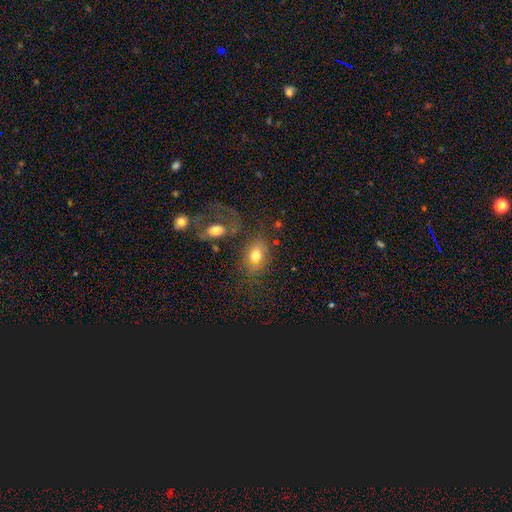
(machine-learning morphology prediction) This is likely a smooth galaxy (72%). How rounded: likely in between (74%). Merging: possibly none (60%).